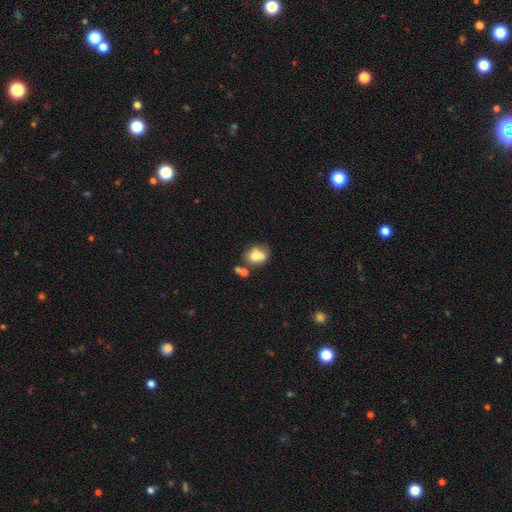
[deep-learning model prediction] The model was most divided on "merging": merger: 42%, none: 38%, minor disturbance: 14%, major disturbance: 7%. More confident: smooth or featured — smooth (66%); how rounded — round (54%).